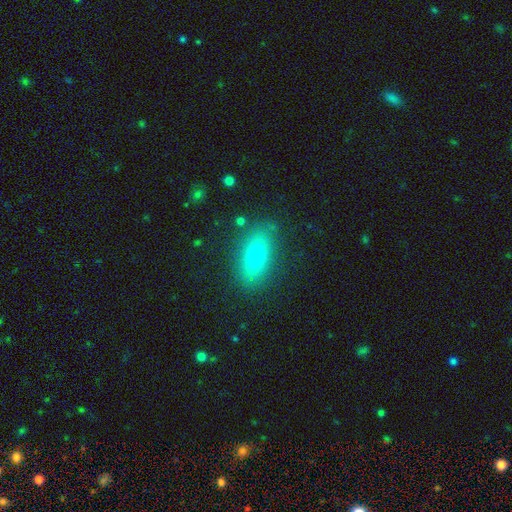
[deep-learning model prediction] smooth 68%, featured or disk 22%, star or artifact 10%. Down the decision tree: how rounded — in between (66%); merging — none (83%).